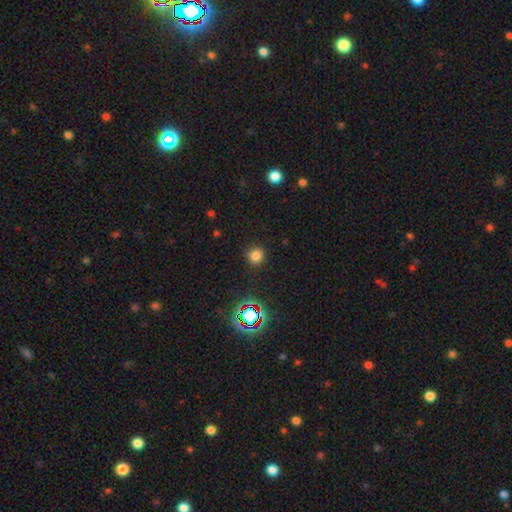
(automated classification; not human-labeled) Smooth or featured: smooth — 76% (star or artifact — 19%)
How rounded: round — 89% (in between — 10%)
Merging: none — 88% (minor disturbance — 8%)